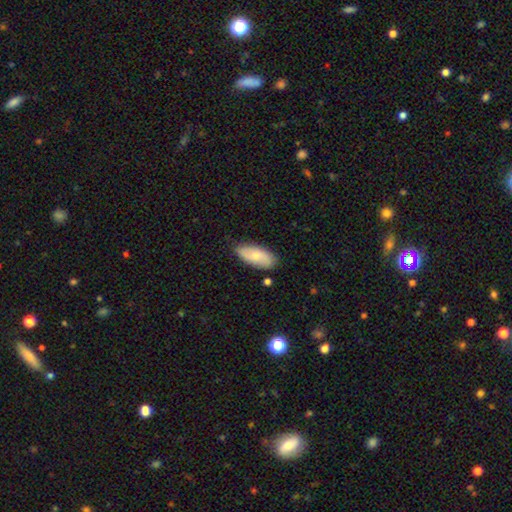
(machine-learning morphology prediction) type=smooth (67%); roundness=in between (88%); merging=none (78%).